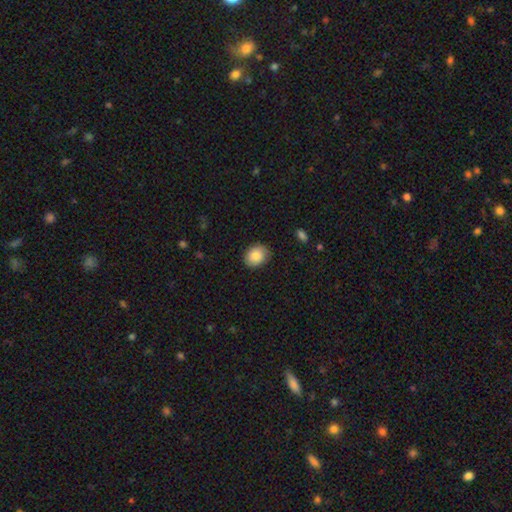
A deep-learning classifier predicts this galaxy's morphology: Smooth or featured: smooth — 84% (featured or disk — 8%)
How rounded: round — 53% (in between — 47%)
Merging: none — 84% (minor disturbance — 12%)